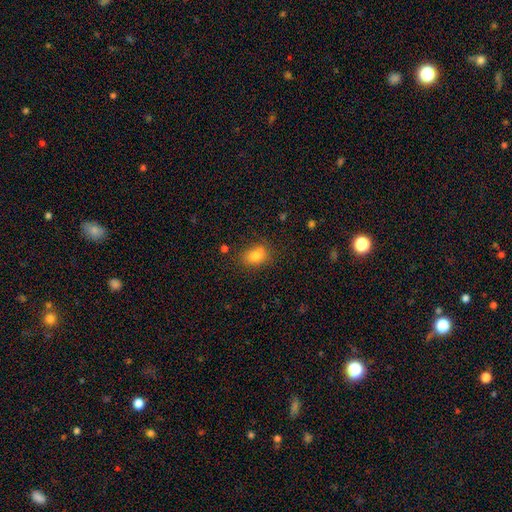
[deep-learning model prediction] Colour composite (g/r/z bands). It shows a smooth galaxy with no disk features (80%) that is in between round and cigar-shaped (72%). Merging: none (72%).